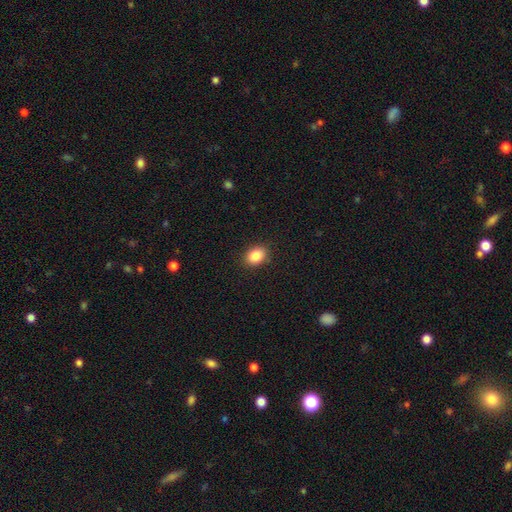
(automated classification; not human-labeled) Smooth or featured: smooth — 86% (star or artifact — 9%)
How rounded: in between — 68% (round — 31%)
Merging: none — 88% (minor disturbance — 8%)